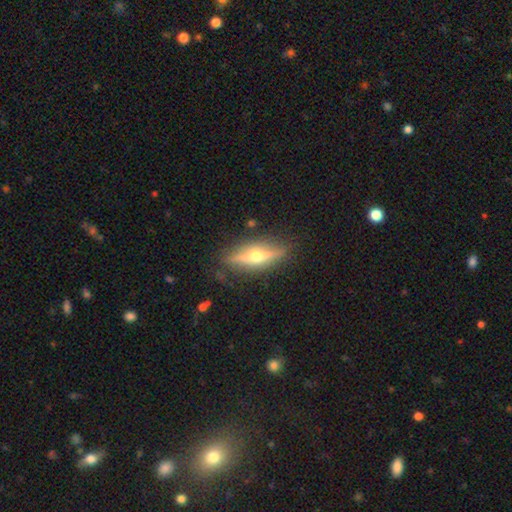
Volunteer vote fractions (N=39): This appears to be a featured or disk galaxy (85%) viewed edge-on (91%) with a rounded central bulge (97%). Merging: none (85%).